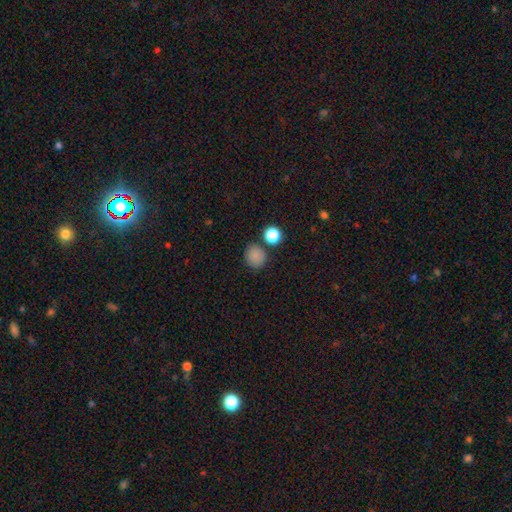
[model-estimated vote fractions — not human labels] Smooth or featured? smooth (84%)
How rounded? round (82%)
Merging? none (79%)